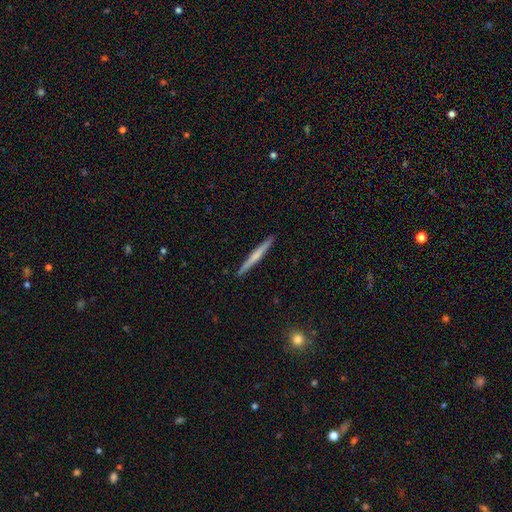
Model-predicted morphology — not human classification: smooth-or-featured: featured or disk: 48% | smooth: 47% | star or artifact: 5%
  merging: none: 92% | minor disturbance: 6% | major disturbance: 1% | merger: 1%